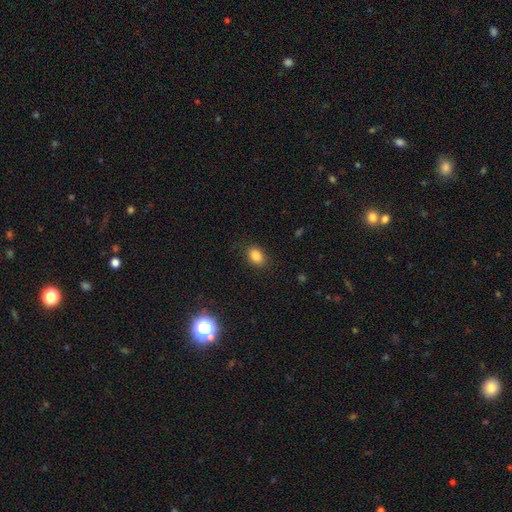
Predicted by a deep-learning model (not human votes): smooth-or-featured: smooth: 85% | star or artifact: 10% | featured or disk: 5%
  how-rounded: in between: 74% | round: 25% | cigar-shaped: 1%
  merging: none: 84% | minor disturbance: 12% | major disturbance: 4% | merger: 1%